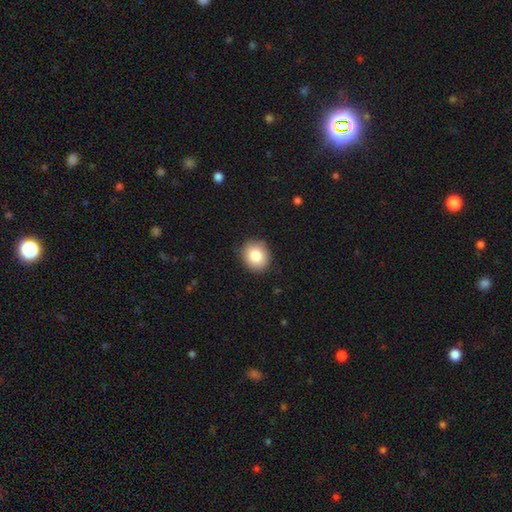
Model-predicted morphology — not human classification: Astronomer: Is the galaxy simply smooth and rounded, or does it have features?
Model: smooth — 83%.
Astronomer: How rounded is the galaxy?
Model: round — 72%.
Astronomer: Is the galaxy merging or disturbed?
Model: none — 88%.